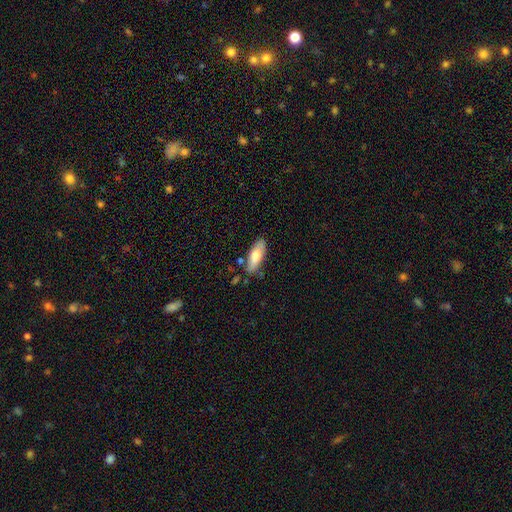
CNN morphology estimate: Smooth or featured? smooth (72%)
How rounded? in between (70%)
Merging? none (78%)